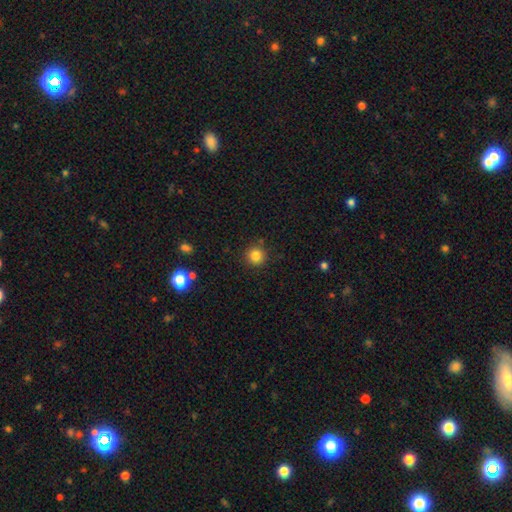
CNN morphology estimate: Q: Smooth or featured?
A: smooth (83%); runner-up: star or artifact (12%)
Q: How rounded?
A: round (94%); runner-up: in between (5%)
Q: Merging?
A: none (88%); runner-up: minor disturbance (7%)